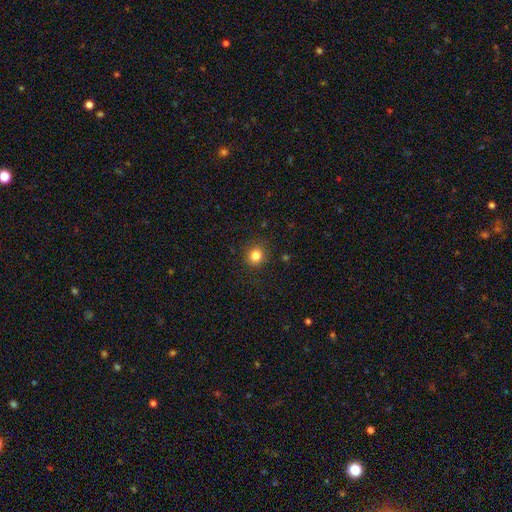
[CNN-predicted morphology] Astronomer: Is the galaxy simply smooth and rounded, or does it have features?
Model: smooth — 83%.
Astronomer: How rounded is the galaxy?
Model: round — 89%.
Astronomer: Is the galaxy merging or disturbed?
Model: none — 90%.